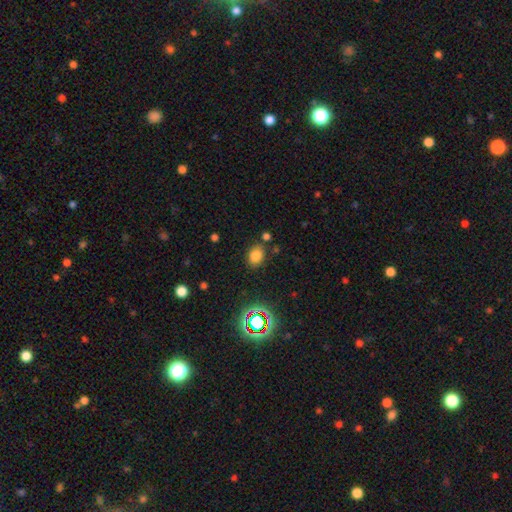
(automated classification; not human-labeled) A smooth galaxy with no disk features (77%) that is in between round and cigar-shaped (62%).

Vote fractions:
- Smooth or featured? smooth: 77% / star or artifact: 17% / featured or disk: 6%
- How rounded? in between: 62% / round: 37% / cigar-shaped: 1%
- Merging? none: 79% / minor disturbance: 12% / merger: 5% / major disturbance: 4%